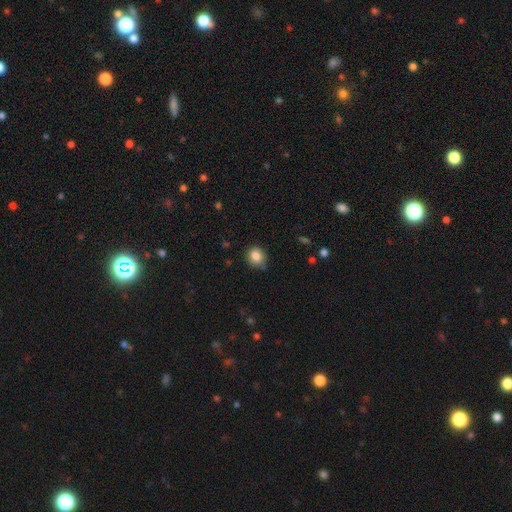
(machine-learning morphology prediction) A smooth galaxy with no disk features (82%) that is round (77%). Merging: none (80%).